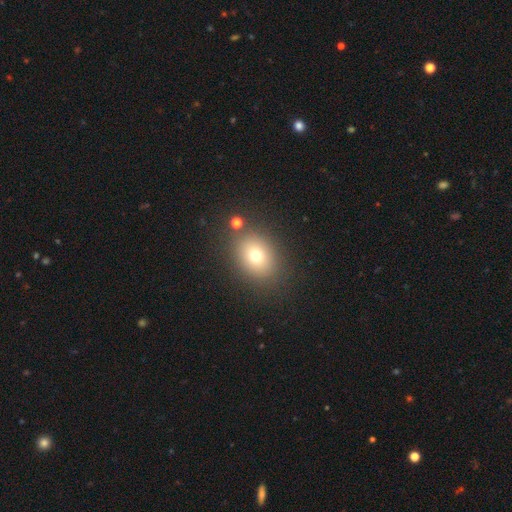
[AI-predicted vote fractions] Overall: smooth (73%). How rounded: in between (52%; round 48%). Merging: none (84%).